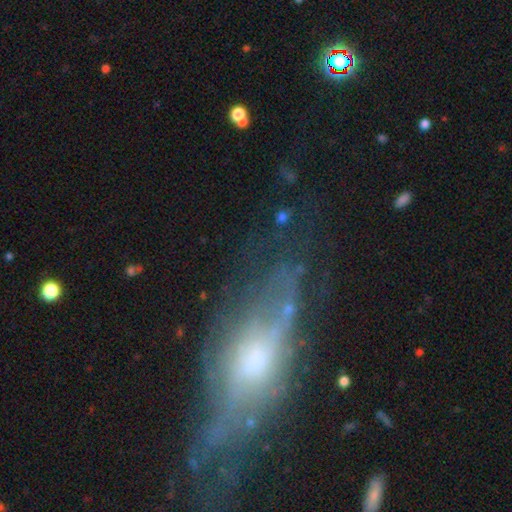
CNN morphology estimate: featured or disk 60%, smooth 27%, star or artifact 13%. Down the decision tree: edge-on disk — no (63%); merging — none (56%).